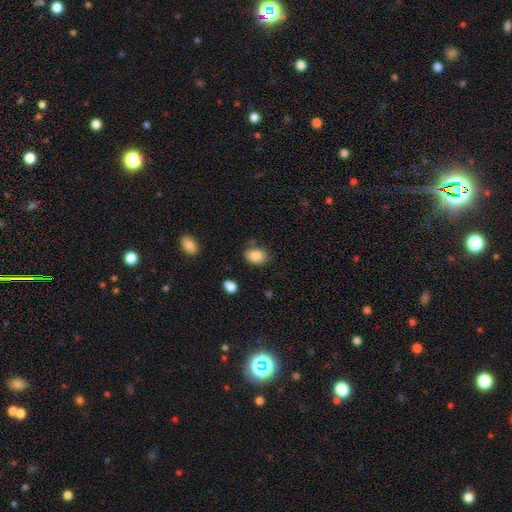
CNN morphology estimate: A smooth galaxy with no disk features (87%) that is in between round and cigar-shaped (74%).

Vote fractions:
- Smooth or featured? smooth: 87% / star or artifact: 8% / featured or disk: 5%
- How rounded? in between: 74% / round: 25% / cigar-shaped: 1%
- Merging? none: 74% / minor disturbance: 18% / major disturbance: 4% / merger: 3%